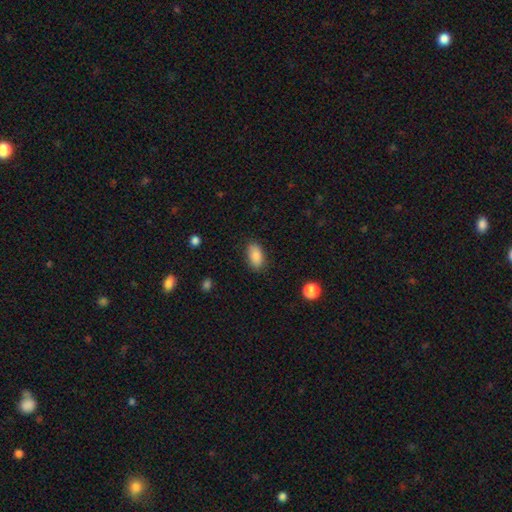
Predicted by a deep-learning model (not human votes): smooth 87%, star or artifact 7%, featured or disk 6%. Down the decision tree: how rounded — in between (92%); merging — none (83%).